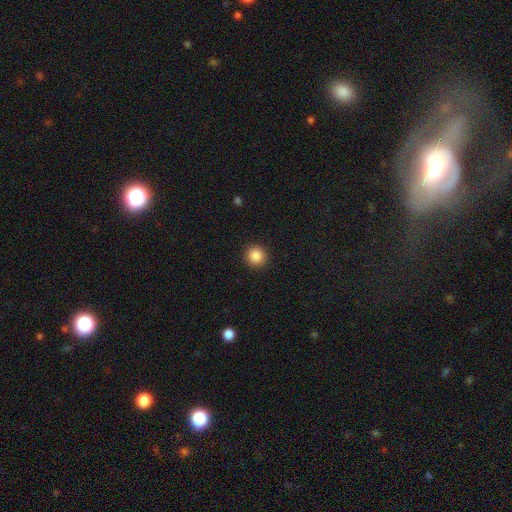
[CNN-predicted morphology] type=smooth (87%); roundness=round (95%); merging=none (92%).